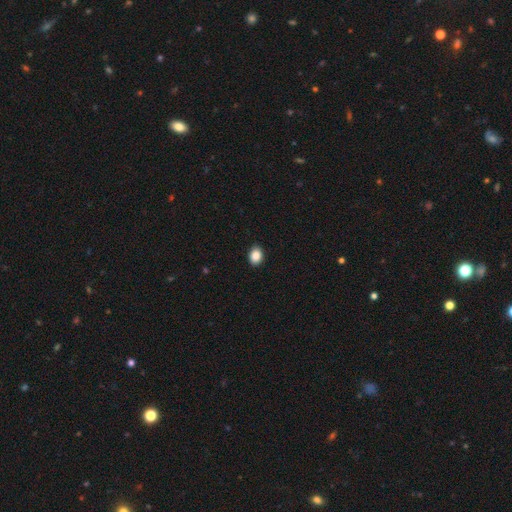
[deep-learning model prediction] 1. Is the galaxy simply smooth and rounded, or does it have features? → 88% smooth, 8% star or artifact, 3% featured or disk.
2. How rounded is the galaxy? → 63% in between, 36% round, 1% cigar-shaped.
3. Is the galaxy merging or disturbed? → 89% none, 8% minor disturbance, 2% major disturbance, 1% merger.